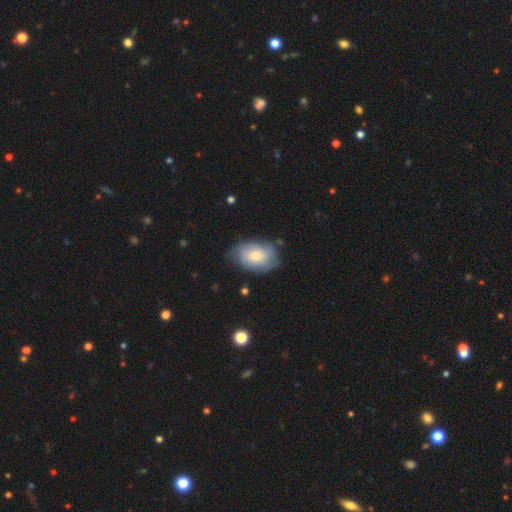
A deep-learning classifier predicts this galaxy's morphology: smooth_or_featured: smooth (p=0.60) [alt: featured or disk p=0.34]
how_rounded: in between (p=0.81) [alt: round p=0.17]
merging: none (p=0.67) [alt: minor disturbance p=0.24]